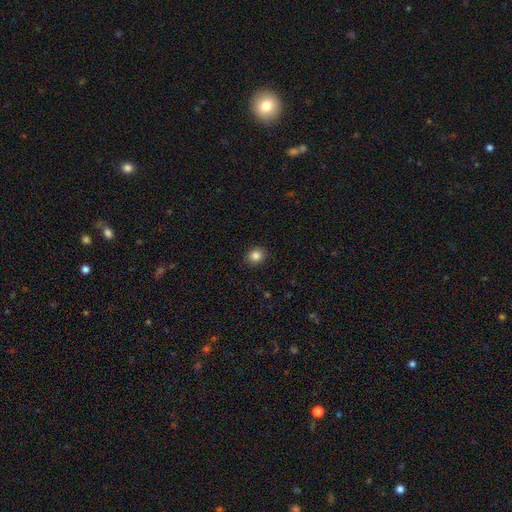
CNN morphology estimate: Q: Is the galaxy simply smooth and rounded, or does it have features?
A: smooth — 85%.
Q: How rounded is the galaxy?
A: round — 74%.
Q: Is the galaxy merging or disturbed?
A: none — 90%.